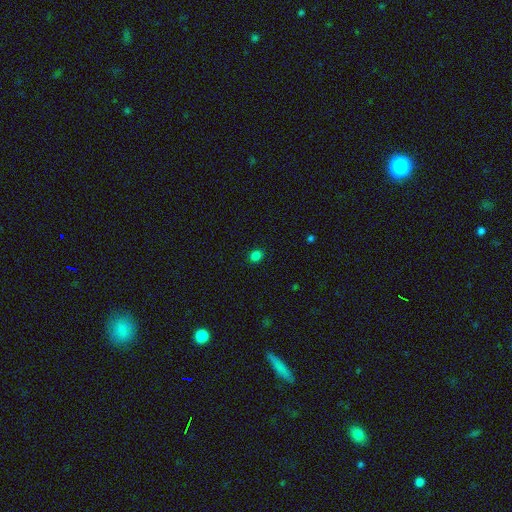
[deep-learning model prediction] Smooth or featured?
  - smooth: 82% *
  - star or artifact: 15%
  - featured or disk: 3%
How rounded?
  - round: 58% *
  - in between: 41%
  - cigar-shaped: 1%
Merging?
  - none: 90% *
  - minor disturbance: 7%
  - major disturbance: 2%
  - merger: 1%